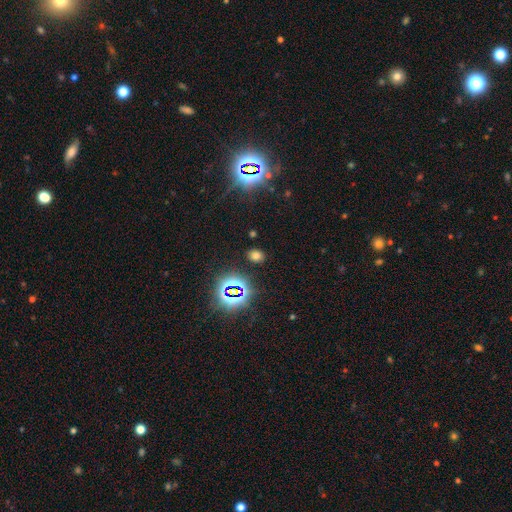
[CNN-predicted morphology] smooth_or_featured: smooth (p=0.60) [alt: star or artifact p=0.33]
how_rounded: in between (p=0.57) [alt: round p=0.41]
merging: none (p=0.86) [alt: minor disturbance p=0.09]